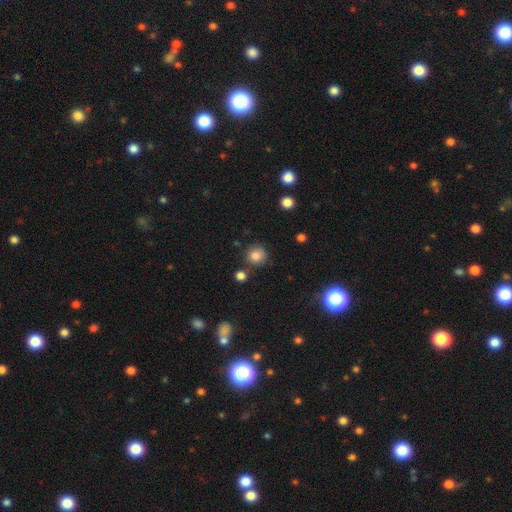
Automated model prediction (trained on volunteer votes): smooth-or-featured: smooth: 82% | star or artifact: 12% | featured or disk: 6%
  how-rounded: round: 91% | in between: 8% | cigar-shaped: 1%
  merging: none: 79% | minor disturbance: 10% | merger: 7% | major disturbance: 3%